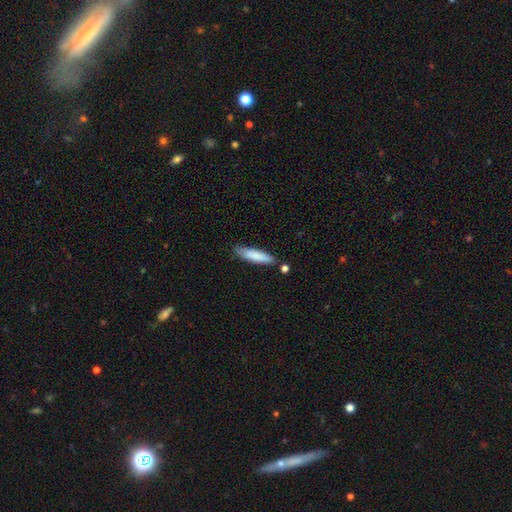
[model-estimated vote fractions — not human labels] Smooth or featured?
  - smooth: 81% *
  - featured or disk: 13%
  - star or artifact: 6%
How rounded?
  - cigar-shaped: 78% *
  - in between: 21%
  - round: 1%
Merging?
  - none: 76% *
  - minor disturbance: 15%
  - merger: 6%
  - major disturbance: 3%